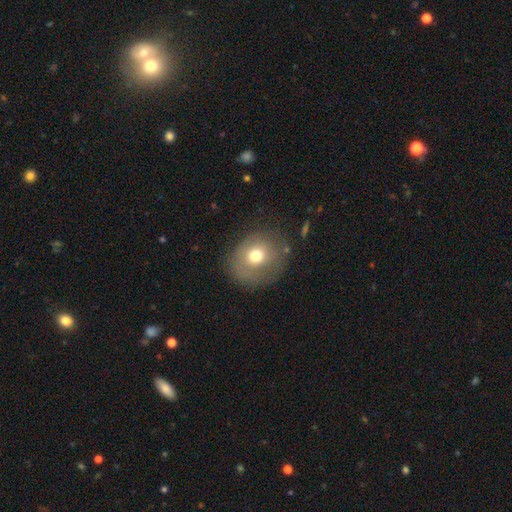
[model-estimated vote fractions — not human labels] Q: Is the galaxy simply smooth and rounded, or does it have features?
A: smooth — 66%.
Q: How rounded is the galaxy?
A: round — 68%.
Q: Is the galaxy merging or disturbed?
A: none — 65%.